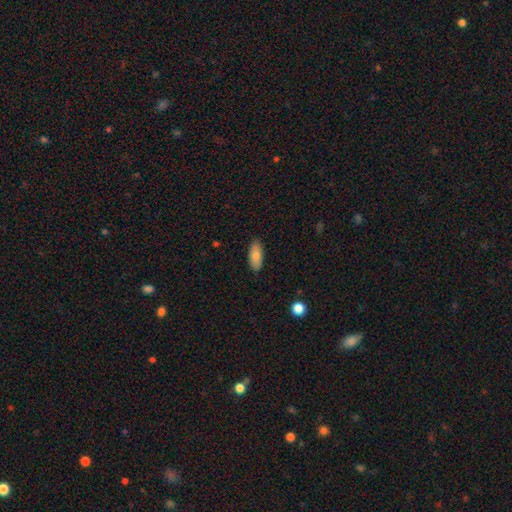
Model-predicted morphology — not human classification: Overall: smooth (82%). How rounded: in between (84%). Merging: none (87%).